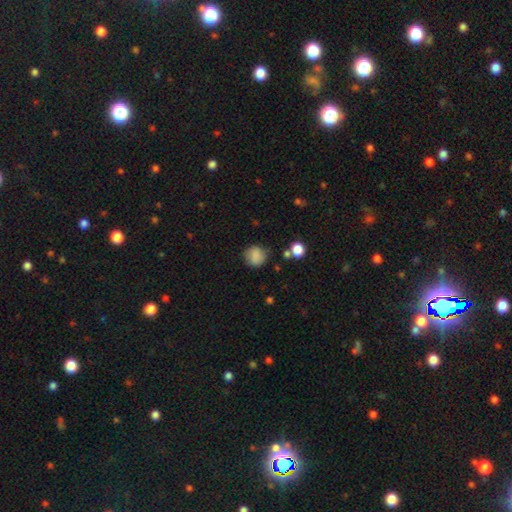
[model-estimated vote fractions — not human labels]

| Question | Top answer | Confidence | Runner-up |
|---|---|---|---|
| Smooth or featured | smooth | 84% | star or artifact (10%) |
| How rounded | round | 82% | in between (17%) |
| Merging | none | 76% | minor disturbance (16%) |